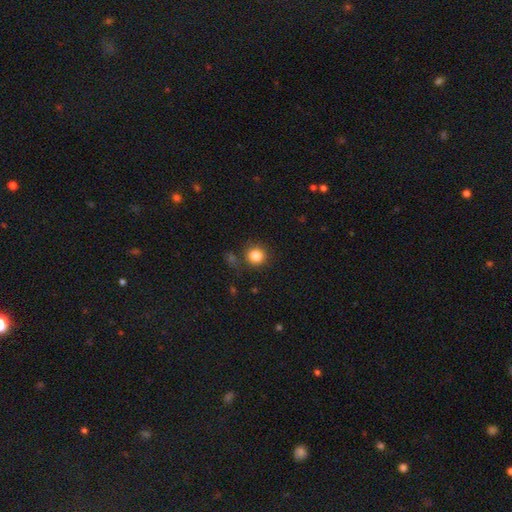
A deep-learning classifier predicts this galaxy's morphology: Smooth or featured?
  - smooth: 83% *
  - star or artifact: 12%
  - featured or disk: 5%
How rounded?
  - round: 93% *
  - in between: 6%
  - cigar-shaped: 1%
Merging?
  - none: 84% *
  - minor disturbance: 9%
  - major disturbance: 3%
  - merger: 3%